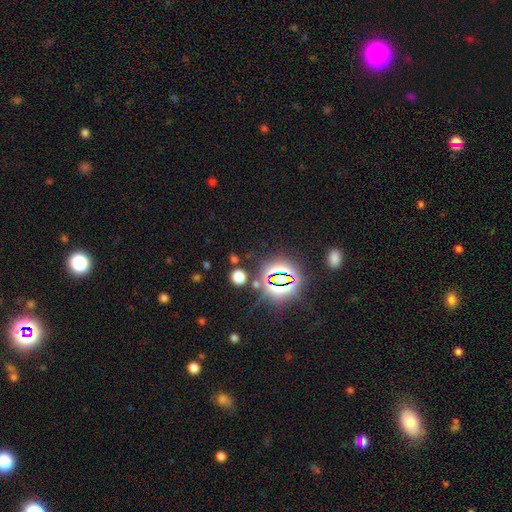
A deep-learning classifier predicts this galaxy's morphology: smooth-or-featured: star or artifact: 79% | smooth: 13% | featured or disk: 8%